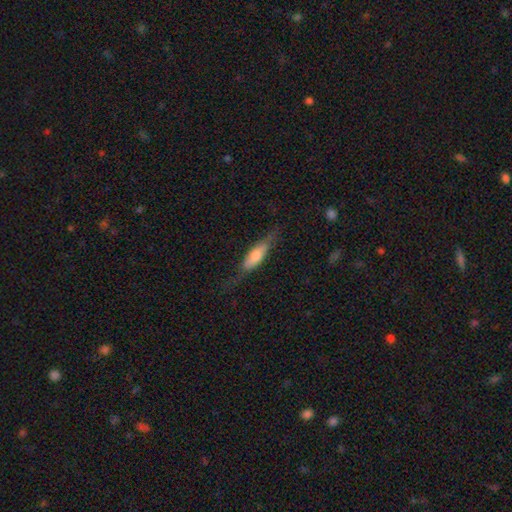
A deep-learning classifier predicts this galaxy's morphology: smooth 55%, featured or disk 39%, star or artifact 6%. Down the decision tree: how rounded — cigar-shaped (58%); merging — none (64%).